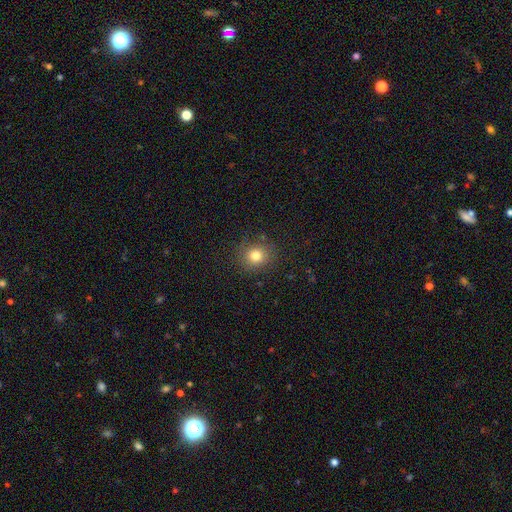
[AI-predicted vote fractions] This is likely a smooth galaxy (79%). How rounded: clearly round (84%). Merging: clearly none (86%).